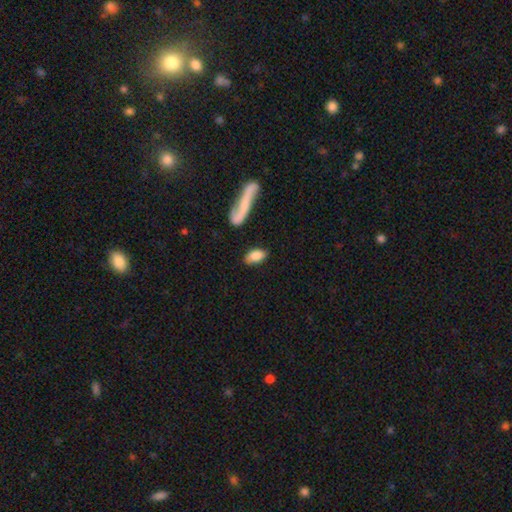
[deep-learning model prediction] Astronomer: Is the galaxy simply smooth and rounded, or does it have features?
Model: smooth — 81%.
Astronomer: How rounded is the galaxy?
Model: in between — 90%.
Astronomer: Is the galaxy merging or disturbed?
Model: none — 73%.